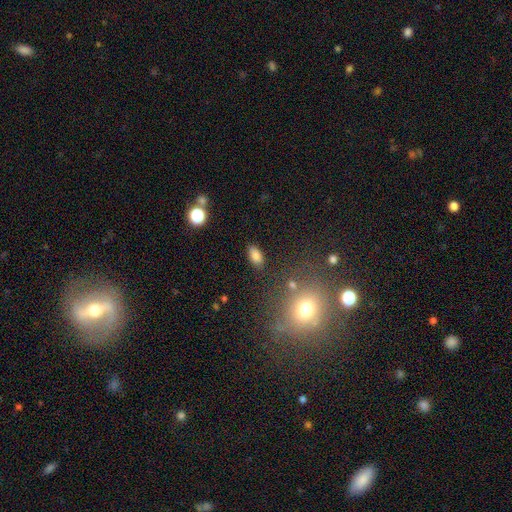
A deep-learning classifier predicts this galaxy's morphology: A smooth galaxy with no disk features (82%) that is in between round and cigar-shaped (91%). Merging: none (85%).